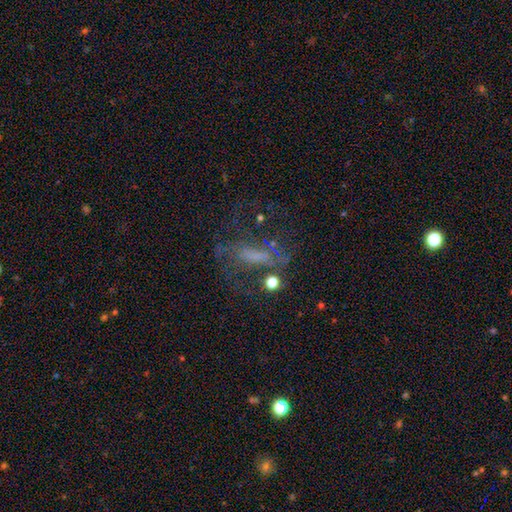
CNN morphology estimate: Smooth or featured? Predicted: featured or disk (p=0.54). Edge-on disk? Predicted: no (p=0.87). Merging? Predicted: none (p=0.46).